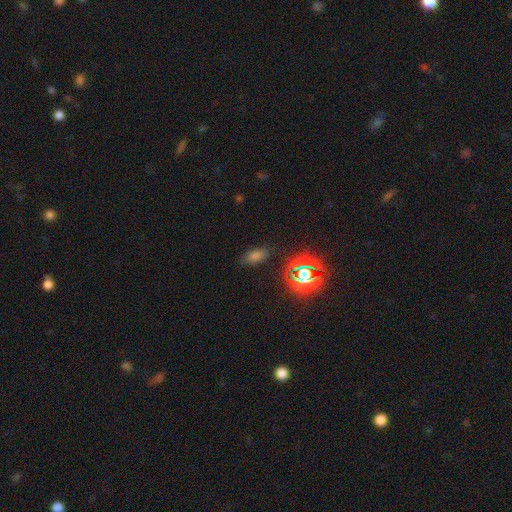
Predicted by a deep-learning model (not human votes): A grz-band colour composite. It shows a smooth galaxy with no disk features (52%) that is in between round and cigar-shaped (81%). Merging: none (81%).